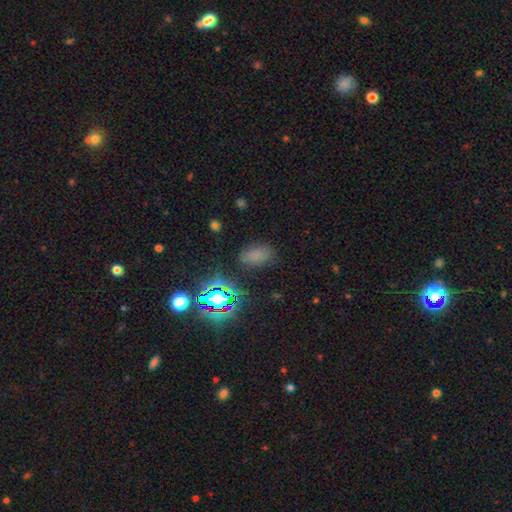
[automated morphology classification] Smooth or featured?
  - smooth: 66% *
  - star or artifact: 27%
  - featured or disk: 7%
How rounded?
  - in between: 88% *
  - round: 10%
  - cigar-shaped: 2%
Merging?
  - none: 78% *
  - minor disturbance: 14%
  - major disturbance: 5%
  - merger: 2%